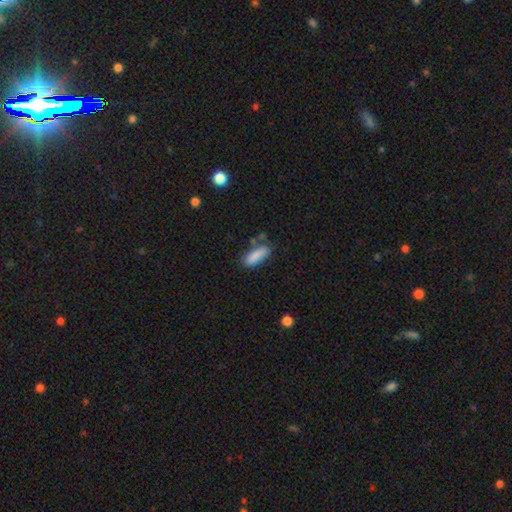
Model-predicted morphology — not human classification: type=smooth (86%); roundness=in between (61%); merging=none (67%).